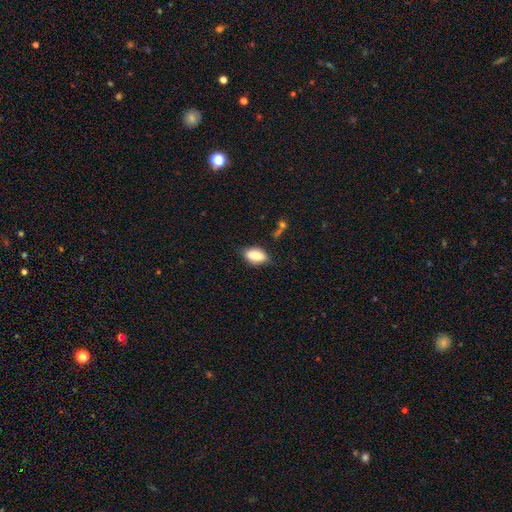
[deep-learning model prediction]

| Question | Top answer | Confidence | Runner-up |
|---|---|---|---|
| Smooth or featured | smooth | 80% | featured or disk (12%) |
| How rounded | in between | 87% | cigar-shaped (8%) |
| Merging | none | 71% | minor disturbance (21%) |